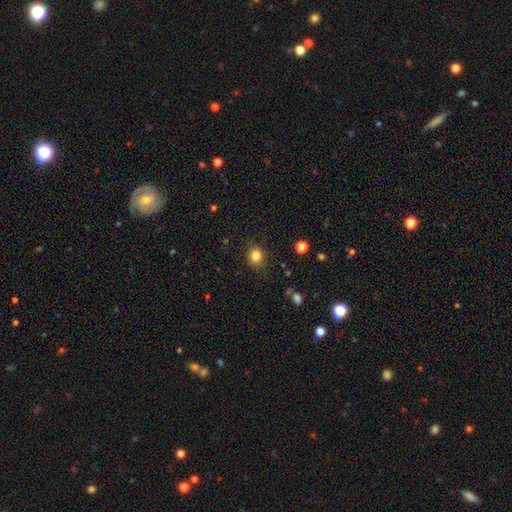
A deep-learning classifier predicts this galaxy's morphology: Smooth or featured? smooth (83%)
How rounded? round (77%)
Merging? none (85%)